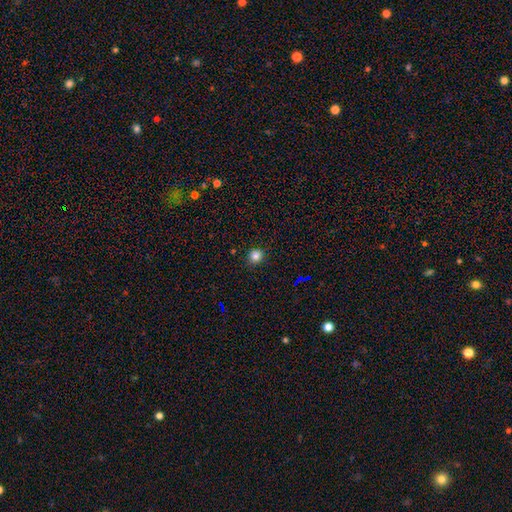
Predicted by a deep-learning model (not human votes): Overall: smooth (82%). How rounded: round (91%). Merging: none (91%).